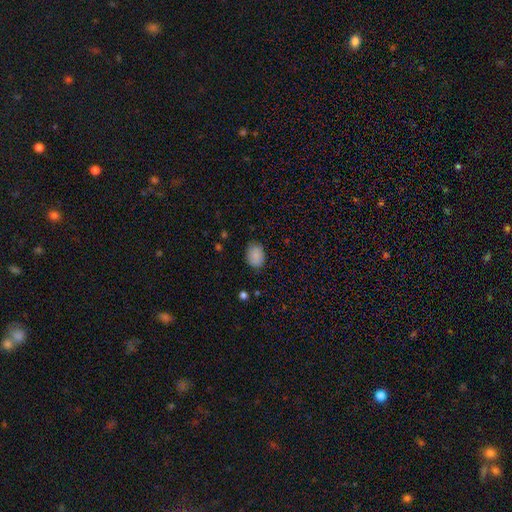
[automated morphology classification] type=smooth (87%); roundness=in between (73%); merging=none (84%).